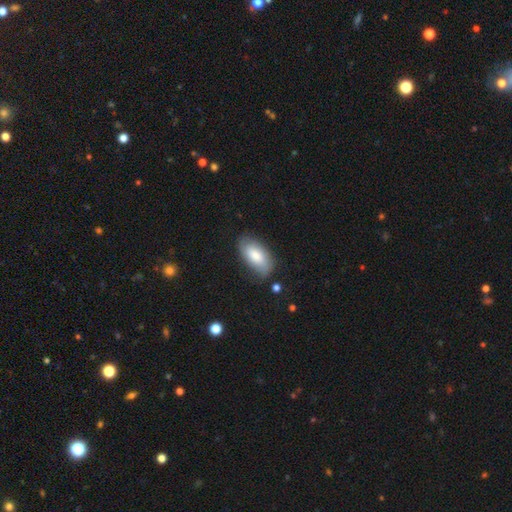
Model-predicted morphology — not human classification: Smooth or featured? smooth (76%)
How rounded? in between (93%)
Merging? none (76%)